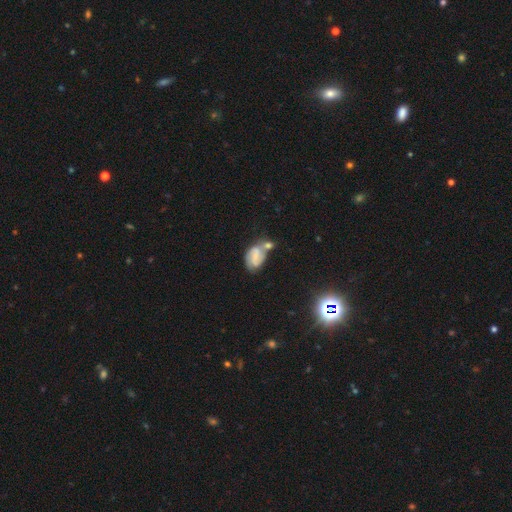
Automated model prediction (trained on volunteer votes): This is possibly a smooth galaxy (46%). Merging: marginally merger (42%).